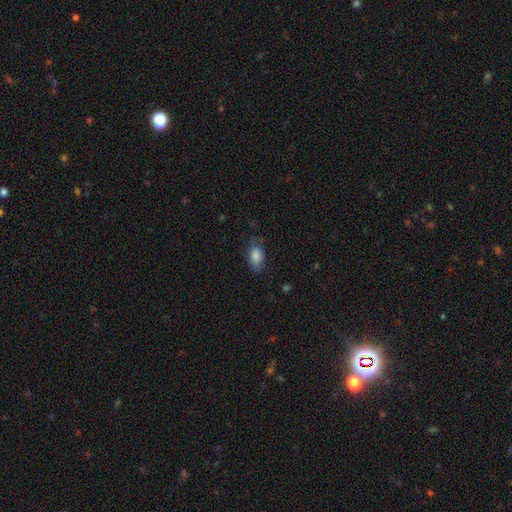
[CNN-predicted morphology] A smooth galaxy with no disk features (84%) that is in between round and cigar-shaped (89%).

Vote fractions:
- Smooth or featured? smooth: 84% / featured or disk: 9% / star or artifact: 8%
- How rounded? in between: 89% / round: 8% / cigar-shaped: 3%
- Merging? none: 64% / minor disturbance: 26% / major disturbance: 8% / merger: 1%